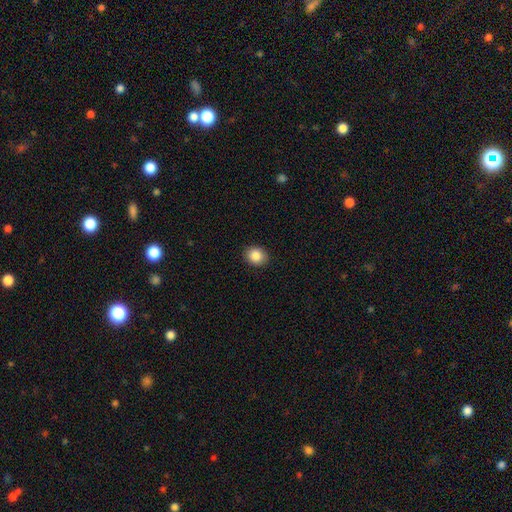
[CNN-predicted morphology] This is clearly a smooth galaxy (87%). How rounded: possibly round (58%). Merging: clearly none (91%).